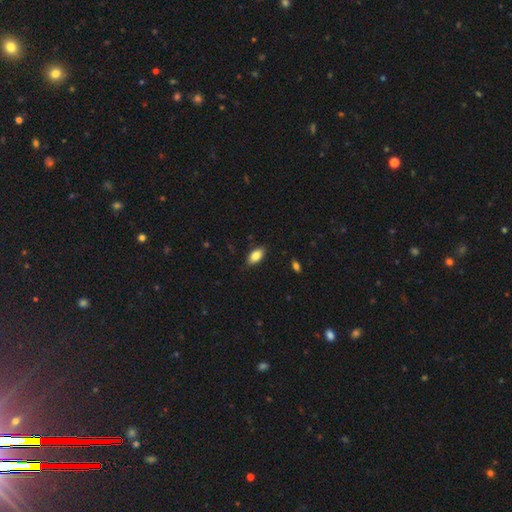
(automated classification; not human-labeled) Smooth or featured? Predicted: smooth (p=0.82). How rounded? Predicted: in between (p=0.90). Merging? Predicted: none (p=0.83).